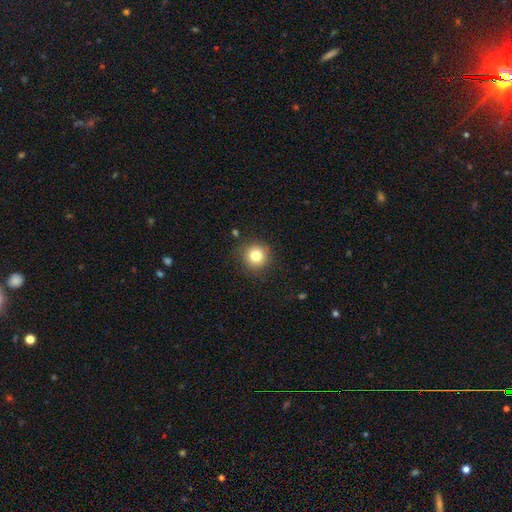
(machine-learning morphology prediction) A smooth galaxy with no disk features (81%) that is round (94%).

Vote fractions:
- Smooth or featured? smooth: 81% / star or artifact: 11% / featured or disk: 8%
- How rounded? round: 94% / in between: 5% / cigar-shaped: 1%
- Merging? none: 87% / minor disturbance: 9% / major disturbance: 3% / merger: 2%